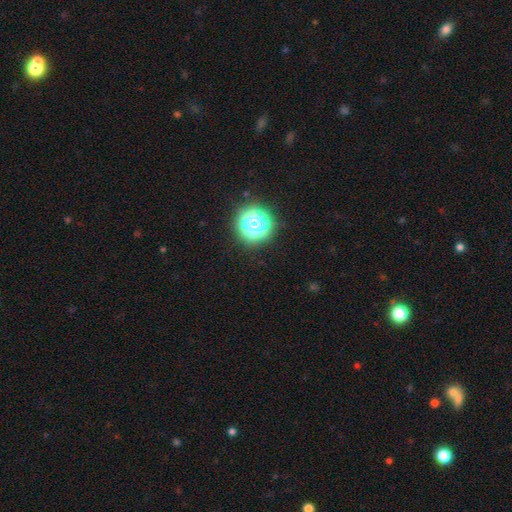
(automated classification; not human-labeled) A star or artifact, not a galaxy (75%).

Vote fractions:
- Smooth or featured? star or artifact: 75% / smooth: 20% / featured or disk: 5%